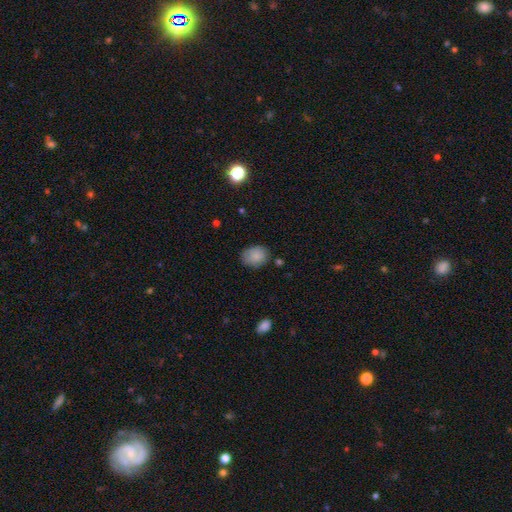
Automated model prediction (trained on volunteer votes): smooth-or-featured: smooth: 85% | star or artifact: 8% | featured or disk: 6%
  how-rounded: in between: 57% | round: 42% | cigar-shaped: 1%
  merging: none: 76% | minor disturbance: 18% | major disturbance: 4% | merger: 2%